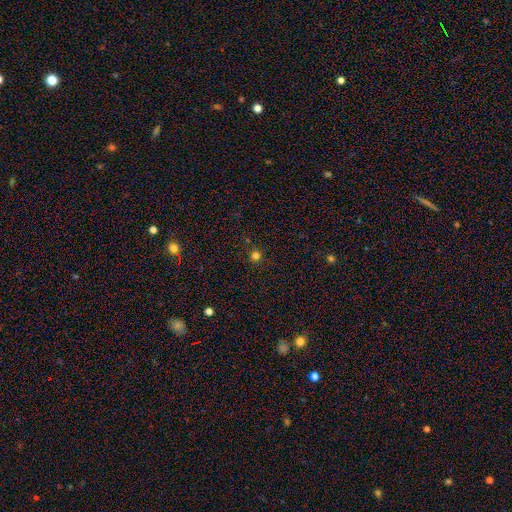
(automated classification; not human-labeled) This appears to be a smooth galaxy with no disk features (74%) that is round (95%). Merging: none (91%).